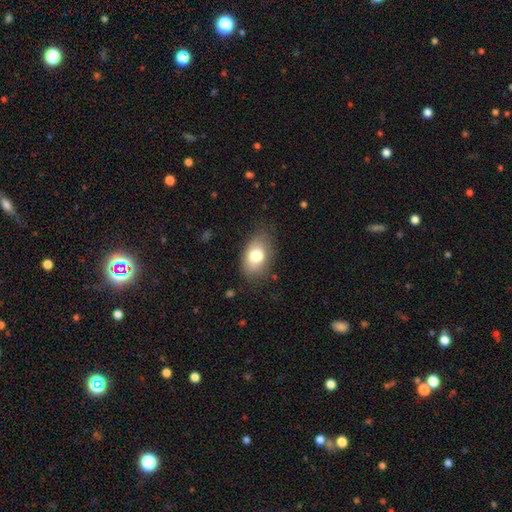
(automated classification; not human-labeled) smooth 77%, featured or disk 15%, star or artifact 8%. Down the decision tree: how rounded — in between (87%); merging — none (73%).